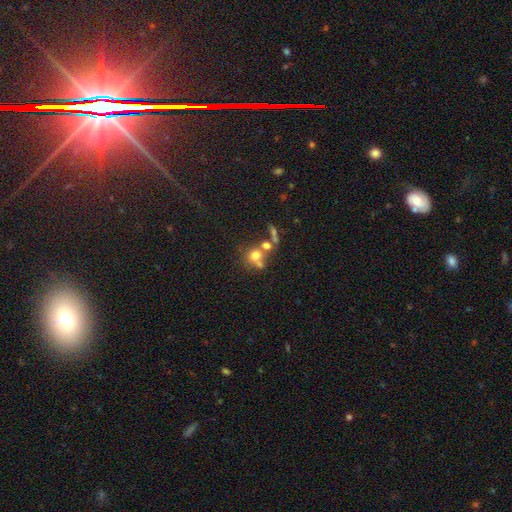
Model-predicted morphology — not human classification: Smooth or featured?
  - smooth: 66% *
  - featured or disk: 18%
  - star or artifact: 16%
How rounded?
  - round: 80% *
  - in between: 19%
  - cigar-shaped: 1%
Merging?
  - merger: 43% *
  - none: 40%
  - minor disturbance: 9%
  - major disturbance: 7%